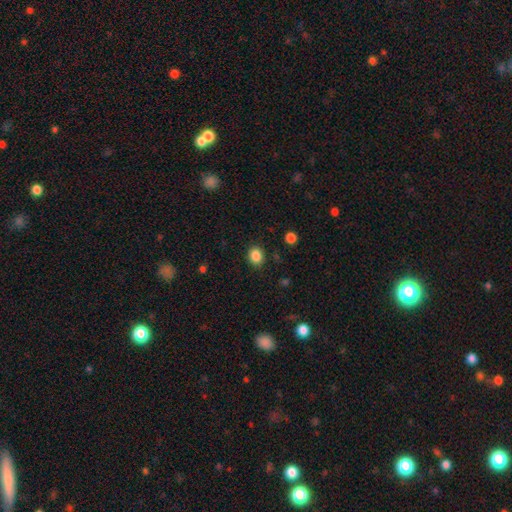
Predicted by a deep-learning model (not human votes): Overall: smooth (86%). How rounded: round (62%; in between 37%). Merging: none (87%).